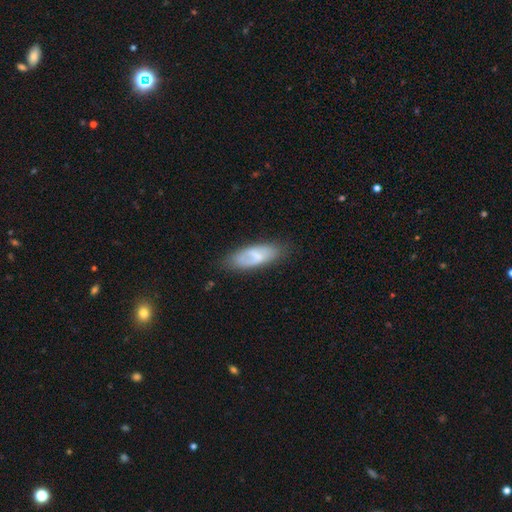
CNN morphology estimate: smooth 58%, featured or disk 36%, star or artifact 7%. Down the decision tree: how rounded — in between (76%); merging — none (72%).